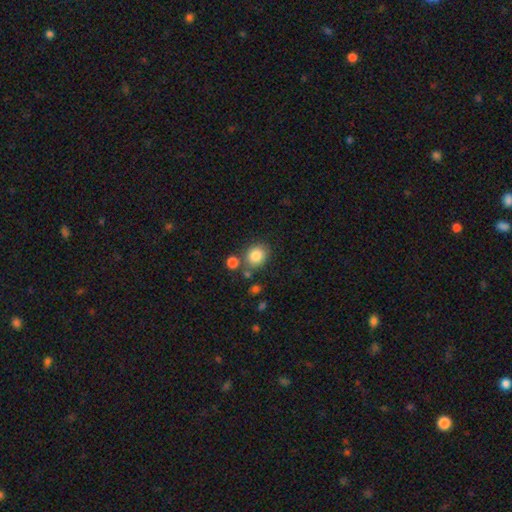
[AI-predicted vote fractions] Smooth or featured: smooth — 84% (star or artifact — 9%)
How rounded: round — 65% (in between — 34%)
Merging: none — 73% (minor disturbance — 12%)